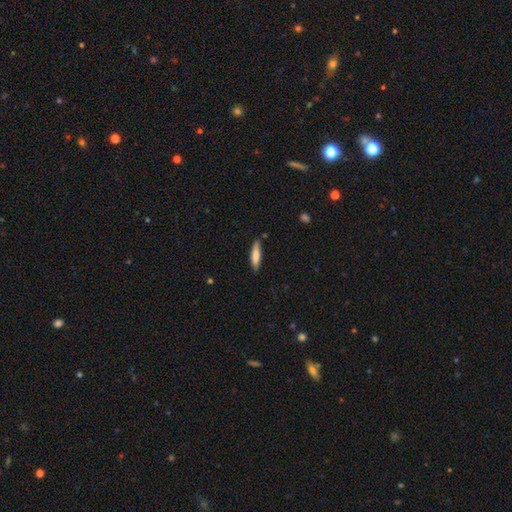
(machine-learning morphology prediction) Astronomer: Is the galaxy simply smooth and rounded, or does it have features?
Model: smooth — 75%.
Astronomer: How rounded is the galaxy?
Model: cigar-shaped — 80%.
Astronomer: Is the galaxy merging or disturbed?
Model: none — 84%.